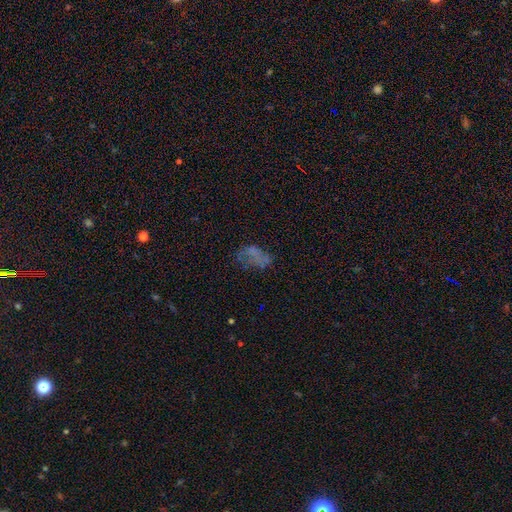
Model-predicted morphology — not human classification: smooth_or_featured: smooth (p=0.45) [alt: featured or disk p=0.31]
merging: none (p=0.45) [alt: major disturbance p=0.27]